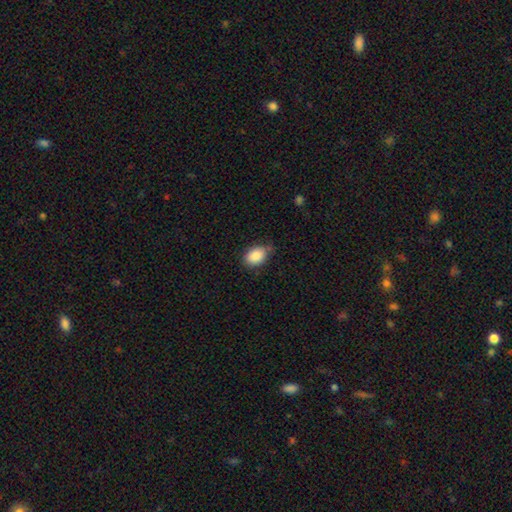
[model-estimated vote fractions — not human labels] This appears to be a smooth galaxy with no disk features (88%) that is in between round and cigar-shaped (81%). Merging: none (70%).